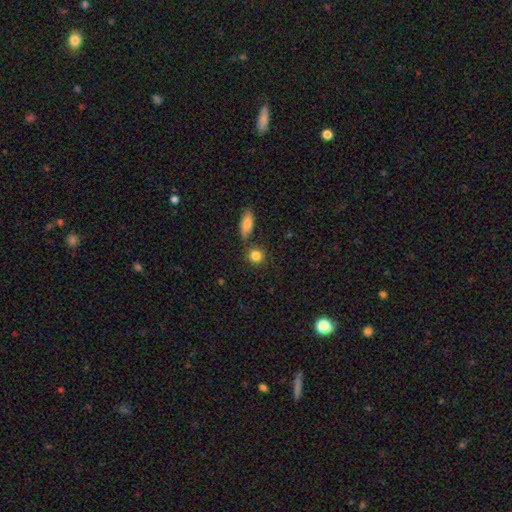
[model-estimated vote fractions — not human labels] A smooth galaxy with no disk features (85%) that is round (83%). Merging: none (77%).